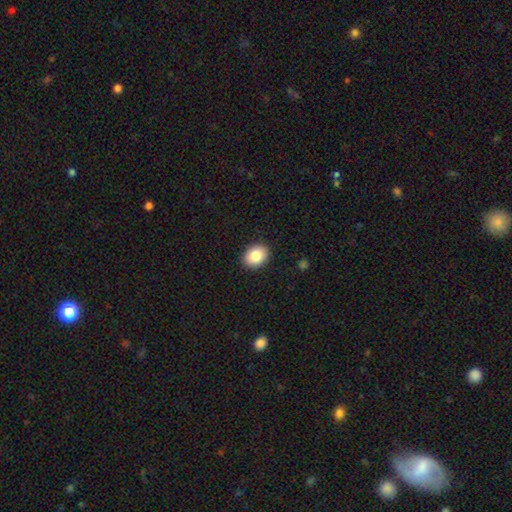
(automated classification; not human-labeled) This appears to be a smooth galaxy with no disk features (84%) that is in between round and cigar-shaped (64%). Merging: none (91%).